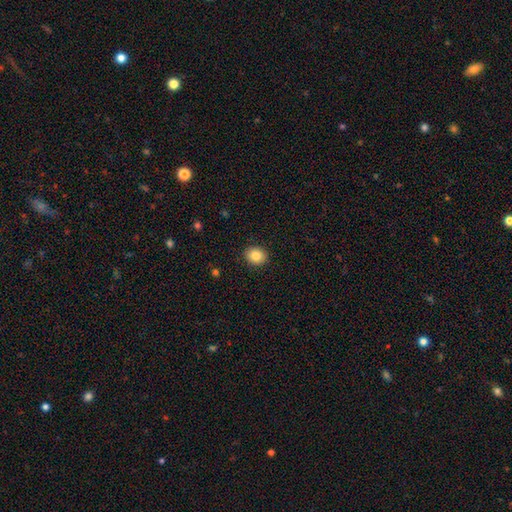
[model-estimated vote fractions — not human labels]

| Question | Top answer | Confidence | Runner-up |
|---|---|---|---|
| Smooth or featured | smooth | 83% | star or artifact (10%) |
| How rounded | round | 75% | in between (24%) |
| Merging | none | 91% | minor disturbance (6%) |